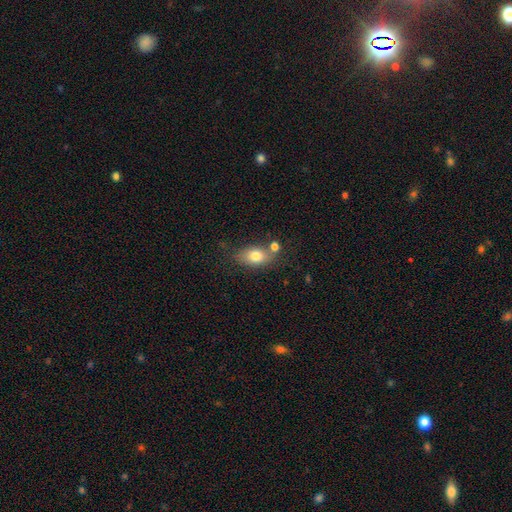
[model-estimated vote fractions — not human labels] This is likely a smooth galaxy (78%). How rounded: clearly in between (81%). Merging: possibly none (60%).